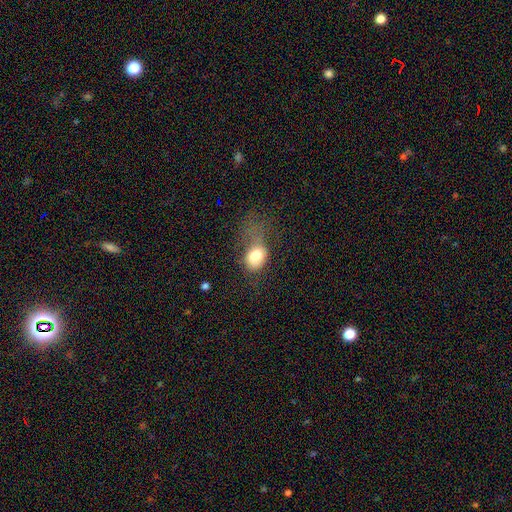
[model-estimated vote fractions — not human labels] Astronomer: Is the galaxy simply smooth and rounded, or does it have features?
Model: smooth — 76%.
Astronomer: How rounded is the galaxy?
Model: in between — 62%.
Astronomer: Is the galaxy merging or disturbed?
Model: major disturbance — 45% (runner-up: none, 26%).